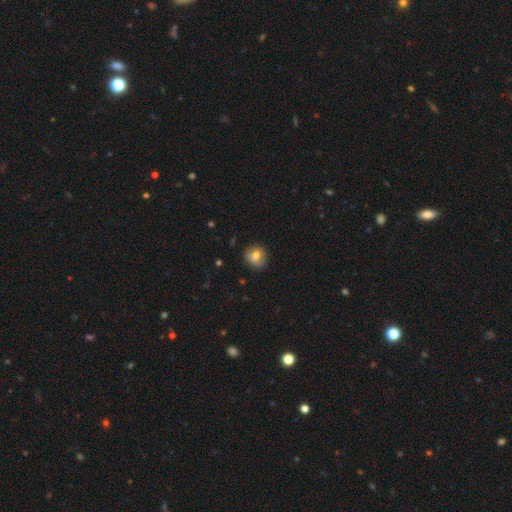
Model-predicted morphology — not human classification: A smooth galaxy with no disk features (76%) that is round (78%). Merging: none (80%).